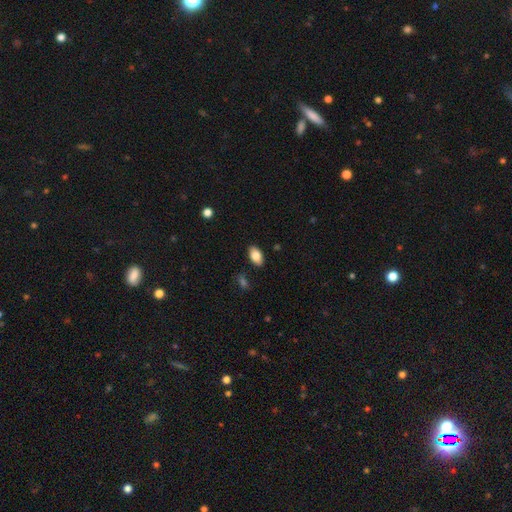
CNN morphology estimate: Smooth or featured? smooth (83%)
How rounded? in between (93%)
Merging? none (87%)